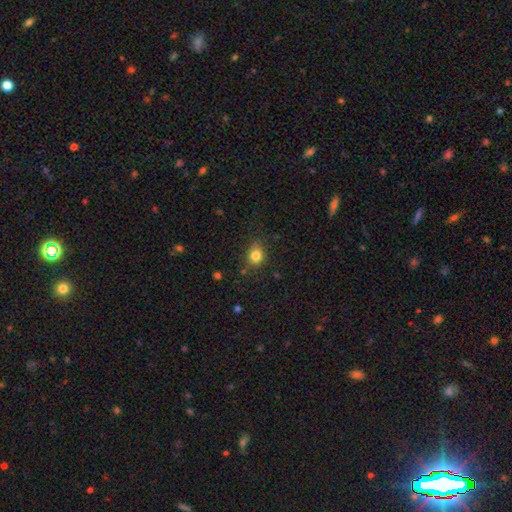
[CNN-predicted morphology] Overall: smooth (82%). How rounded: round (65%; in between 34%). Merging: none (80%).